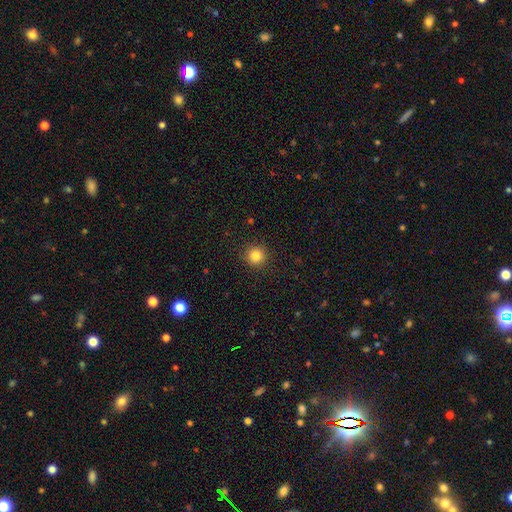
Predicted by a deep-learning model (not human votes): The model was most divided on "smooth or featured": smooth: 83%, star or artifact: 12%, featured or disk: 5%. More confident: how rounded — round (94%); merging — none (91%).